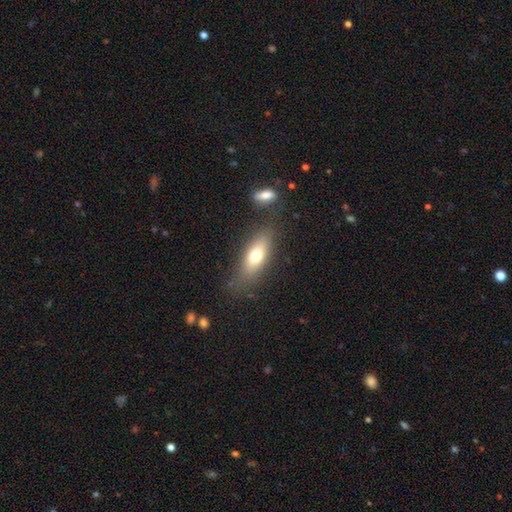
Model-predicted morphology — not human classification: A smooth galaxy with no disk features (69%) that is in between round and cigar-shaped (67%). Merging: none (73%).